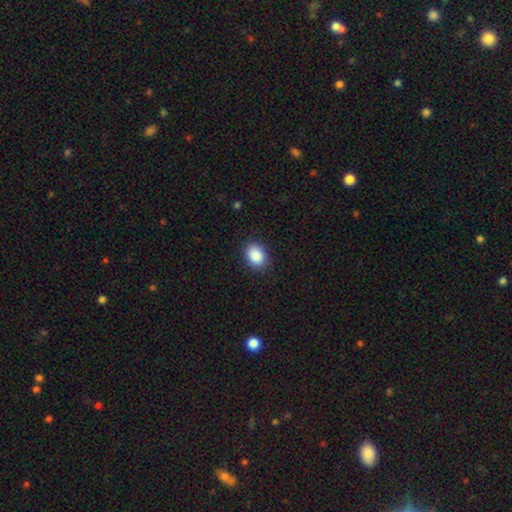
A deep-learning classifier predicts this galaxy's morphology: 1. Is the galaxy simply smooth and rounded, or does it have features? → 88% smooth, 8% star or artifact, 4% featured or disk.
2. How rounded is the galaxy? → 66% in between, 33% round, 1% cigar-shaped.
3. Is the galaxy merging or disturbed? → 87% none, 10% minor disturbance, 2% major disturbance, 1% merger.